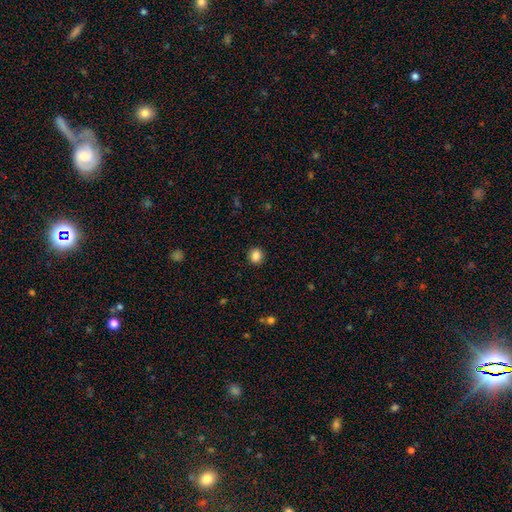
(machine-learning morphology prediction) A smooth galaxy with no disk features (86%) that is round (88%). Merging: none (91%).